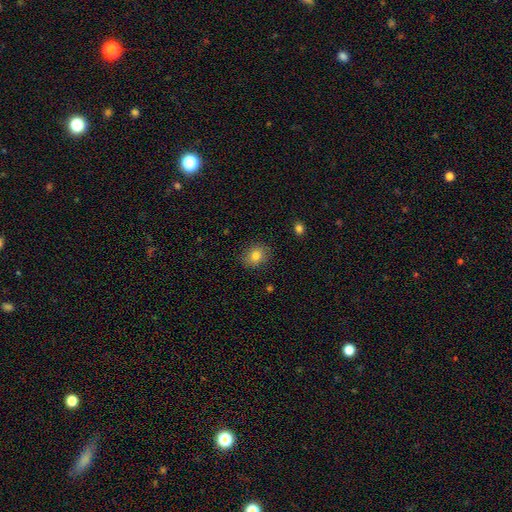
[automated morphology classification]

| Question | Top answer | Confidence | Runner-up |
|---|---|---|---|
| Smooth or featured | smooth | 82% | star or artifact (10%) |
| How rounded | round | 53% | in between (46%) |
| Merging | none | 86% | minor disturbance (10%) |